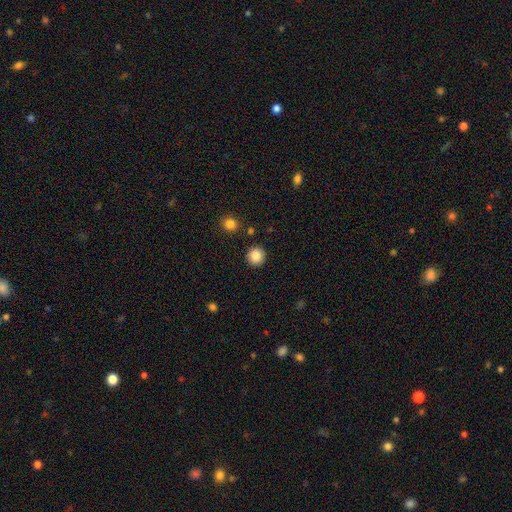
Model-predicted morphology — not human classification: smooth_or_featured: smooth (p=0.87) [alt: star or artifact p=0.09]
how_rounded: round (p=0.93) [alt: in between p=0.06]
merging: none (p=0.91) [alt: minor disturbance p=0.05]